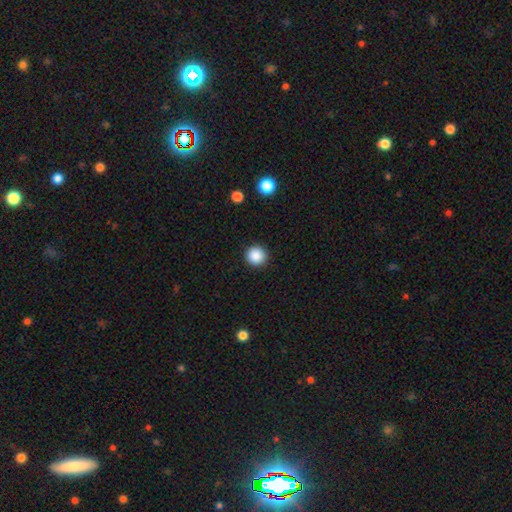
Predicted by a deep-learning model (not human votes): This is clearly a smooth galaxy (87%). How rounded: clearly round (96%). Merging: clearly none (92%).